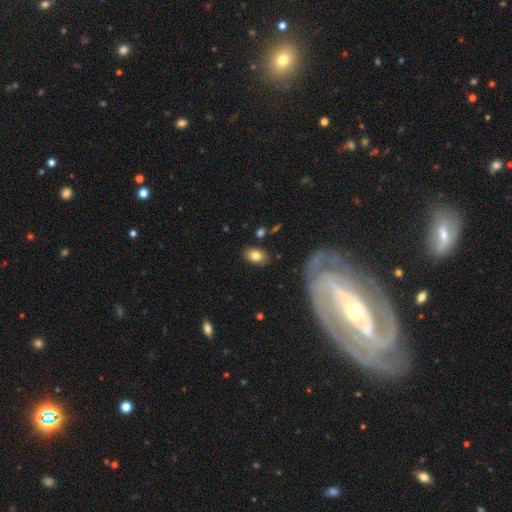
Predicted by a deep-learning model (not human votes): smooth_or_featured: smooth (p=0.79) [alt: featured or disk p=0.13]
how_rounded: in between (p=0.86) [alt: round p=0.13]
merging: none (p=0.84) [alt: minor disturbance p=0.11]